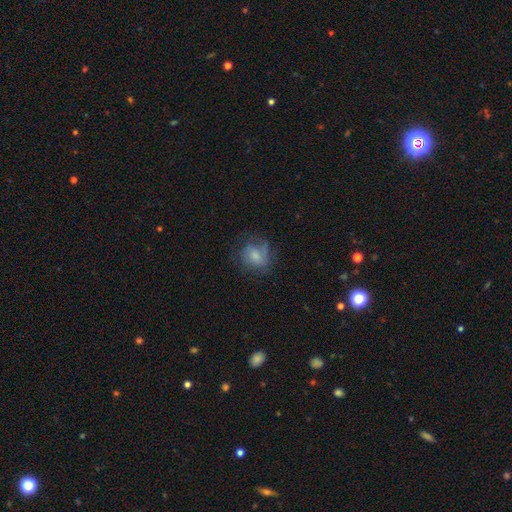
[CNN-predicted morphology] This appears to be a smooth galaxy with no disk features (58%) that is round (56%). Merging: none (52%).